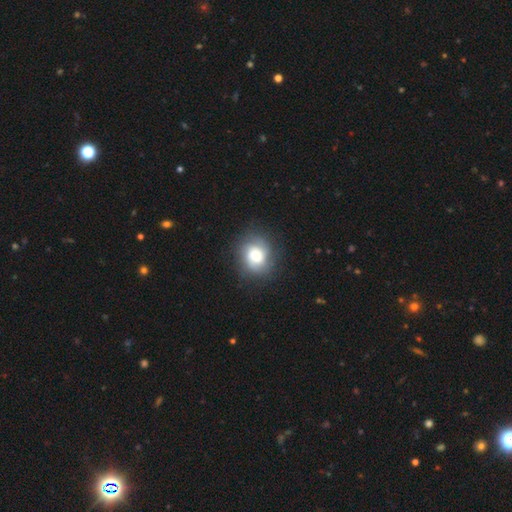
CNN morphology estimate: smooth 48%, featured or disk 42%, star or artifact 10%. Down the decision tree: merging — none (75%).